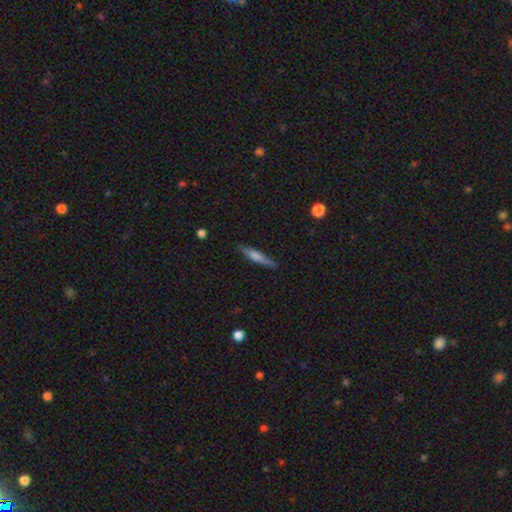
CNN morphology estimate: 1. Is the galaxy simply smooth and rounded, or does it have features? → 55% featured or disk, 38% smooth, 7% star or artifact.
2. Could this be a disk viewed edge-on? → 96% yes, 4% no.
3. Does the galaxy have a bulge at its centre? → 70% rounded, 16% none, 14% boxy.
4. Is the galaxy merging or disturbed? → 88% none, 9% minor disturbance, 2% major disturbance, 1% merger.